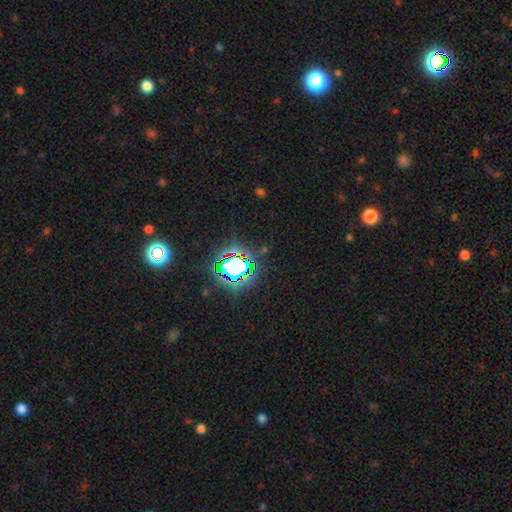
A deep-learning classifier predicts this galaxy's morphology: The model was most divided on "smooth or featured": star or artifact: 80%, smooth: 12%, featured or disk: 8%.